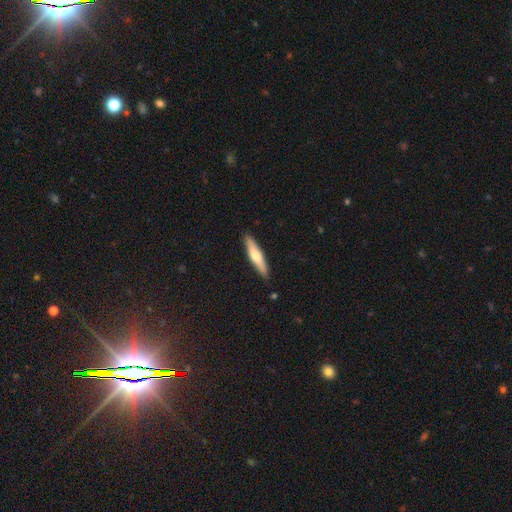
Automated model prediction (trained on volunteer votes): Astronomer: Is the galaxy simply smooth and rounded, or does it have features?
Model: smooth — 57% (runner-up: featured or disk, 37%).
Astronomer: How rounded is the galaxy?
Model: cigar-shaped — 83%.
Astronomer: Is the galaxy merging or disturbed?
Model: none — 88%.